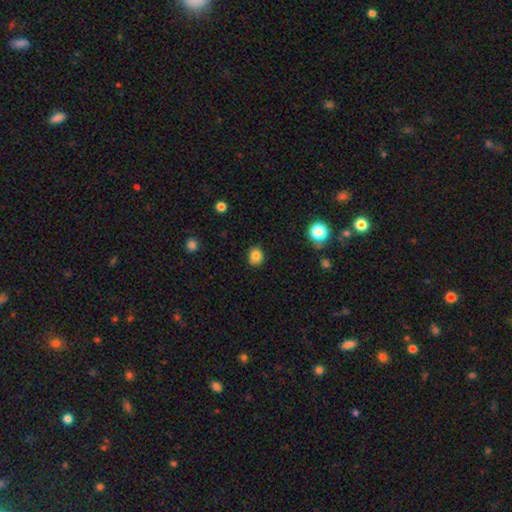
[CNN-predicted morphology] A smooth galaxy with no disk features (82%) that is round (69%). Merging: none (83%).